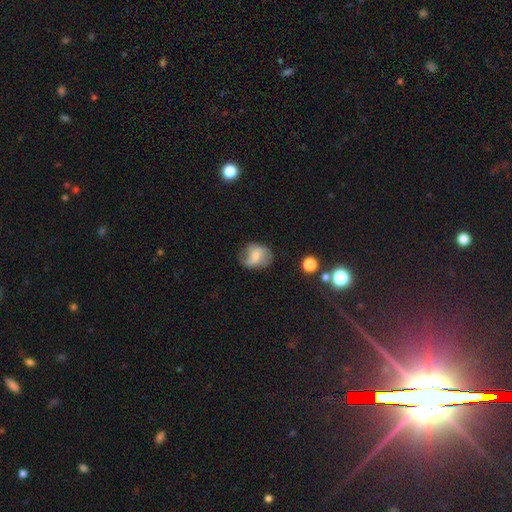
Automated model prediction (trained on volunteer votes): Morphology: type=smooth (50%); merging=none (52%).